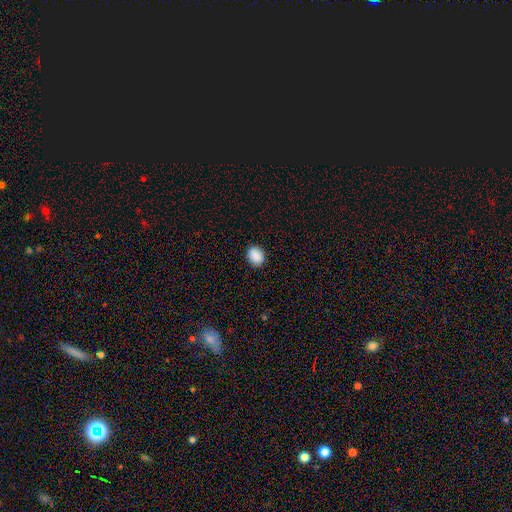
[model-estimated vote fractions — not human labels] smooth-or-featured: smooth: 90% | star or artifact: 8% | featured or disk: 3%
  how-rounded: in between: 60% | round: 39% | cigar-shaped: 1%
  merging: none: 89% | minor disturbance: 8% | major disturbance: 2% | merger: 1%